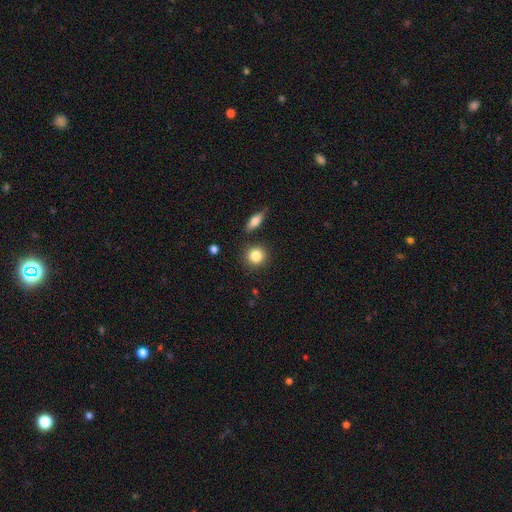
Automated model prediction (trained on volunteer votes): smooth 84%, star or artifact 9%, featured or disk 7%. Down the decision tree: how rounded — round (87%); merging — none (84%).